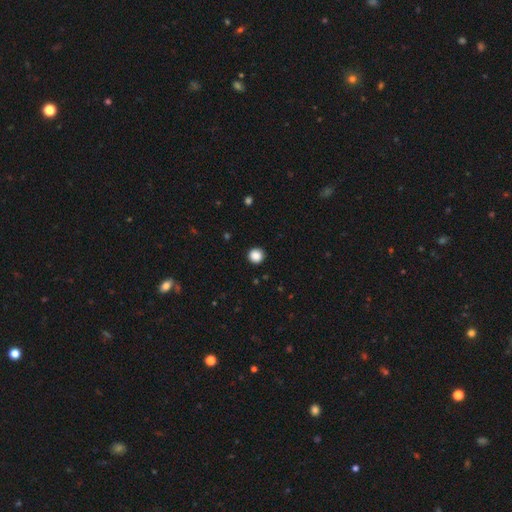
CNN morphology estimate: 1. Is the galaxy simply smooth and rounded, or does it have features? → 87% smooth, 10% star or artifact, 2% featured or disk.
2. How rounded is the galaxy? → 95% round, 4% in between, 1% cigar-shaped.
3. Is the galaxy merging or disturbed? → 92% none, 5% minor disturbance, 2% major disturbance, 1% merger.